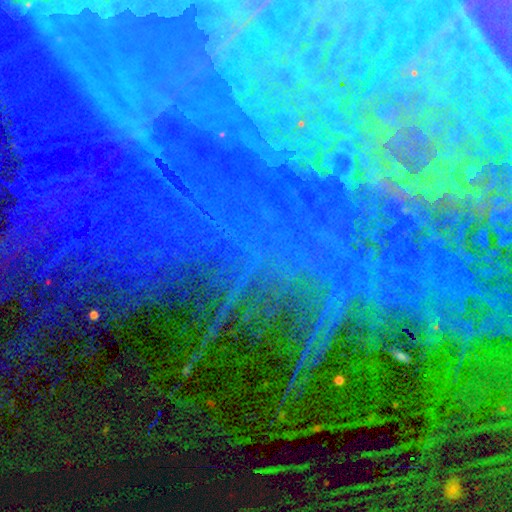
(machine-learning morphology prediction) Smooth or featured: star or artifact — 76% (featured or disk — 15%)